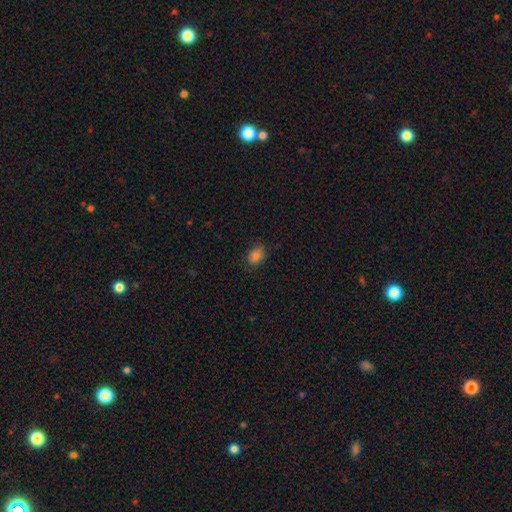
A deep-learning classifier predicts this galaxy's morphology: A smooth galaxy with no disk features (85%) that is in between round and cigar-shaped (76%).

Vote fractions:
- Smooth or featured? smooth: 85% / star or artifact: 10% / featured or disk: 5%
- How rounded? in between: 76% / round: 23% / cigar-shaped: 1%
- Merging? none: 80% / minor disturbance: 15% / major disturbance: 3% / merger: 1%